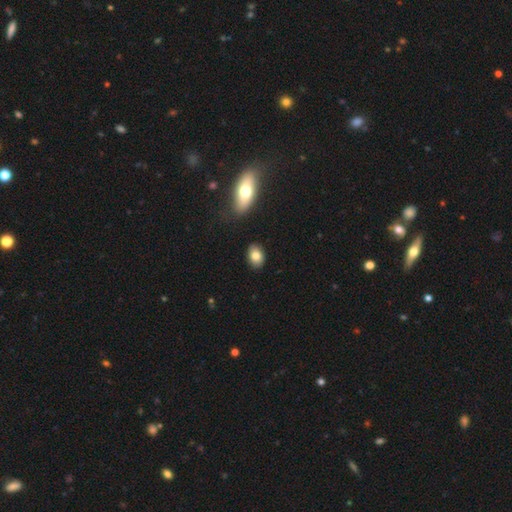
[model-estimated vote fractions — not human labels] A smooth galaxy with no disk features (81%) that is in between round and cigar-shaped (79%). Merging: none (86%).